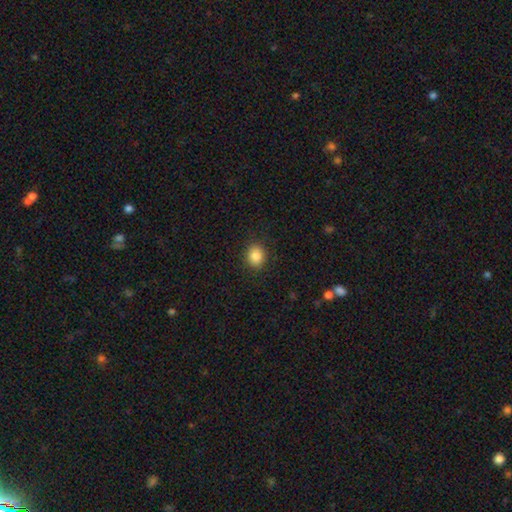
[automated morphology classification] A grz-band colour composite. It shows a smooth galaxy with no disk features (86%) that is round (72%). Merging: none (89%).